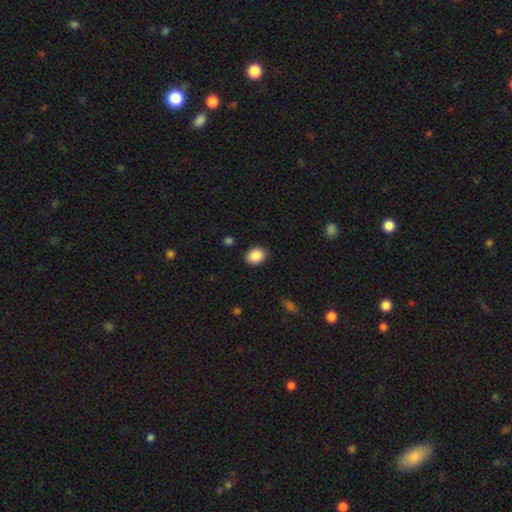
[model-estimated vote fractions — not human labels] This is clearly a smooth galaxy (89%). How rounded: likely in between (61%). Merging: clearly none (87%).